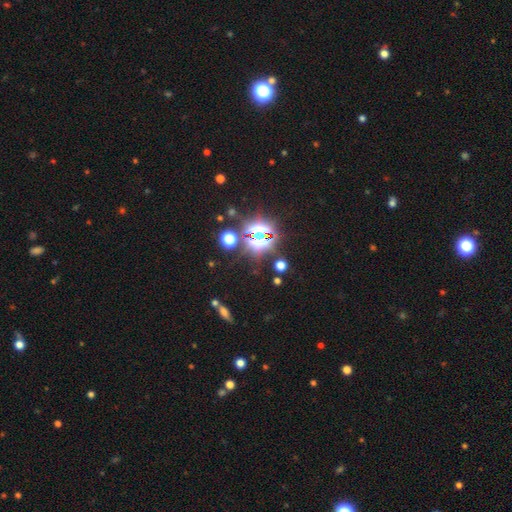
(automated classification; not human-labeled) Overall: star or artifact (81%).